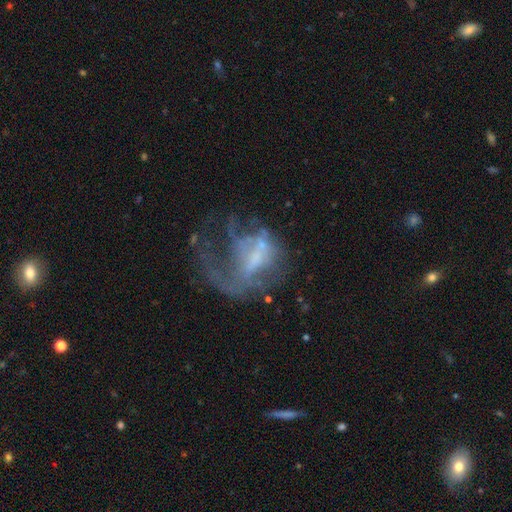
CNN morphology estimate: Smooth or featured? featured or disk (65%)
Edge-on disk? no (97%)
Bar? no (59%)
Spiral arms? no (60%)
Bulge size? none (44%)
Merging? major disturbance (53%)